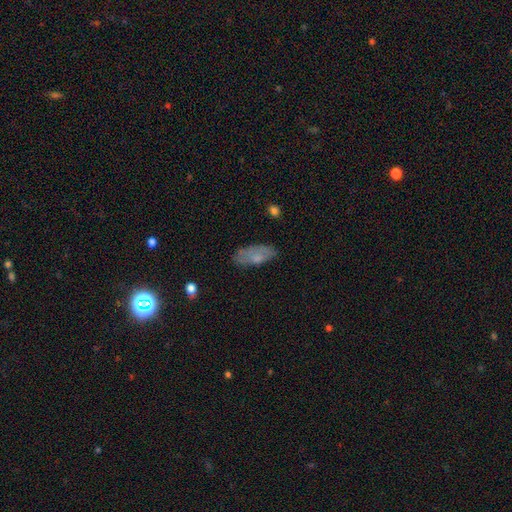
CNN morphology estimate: smooth-or-featured: smooth: 67% | featured or disk: 25% | star or artifact: 7%
  how-rounded: in between: 82% | cigar-shaped: 16% | round: 3%
  merging: none: 71% | minor disturbance: 21% | major disturbance: 6% | merger: 2%